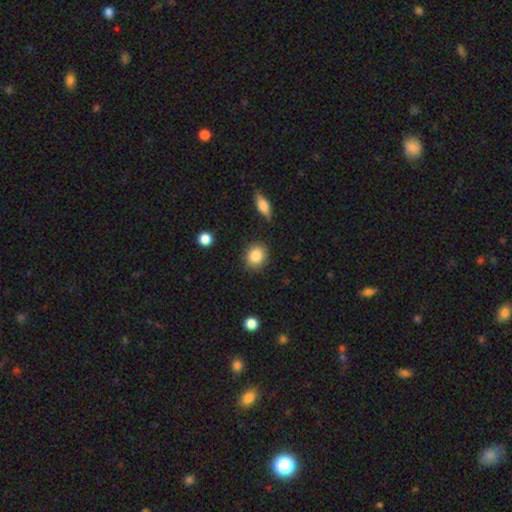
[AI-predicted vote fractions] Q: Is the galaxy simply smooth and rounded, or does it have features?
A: smooth — 86%.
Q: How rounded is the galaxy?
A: round — 70%.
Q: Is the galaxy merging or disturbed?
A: none — 86%.